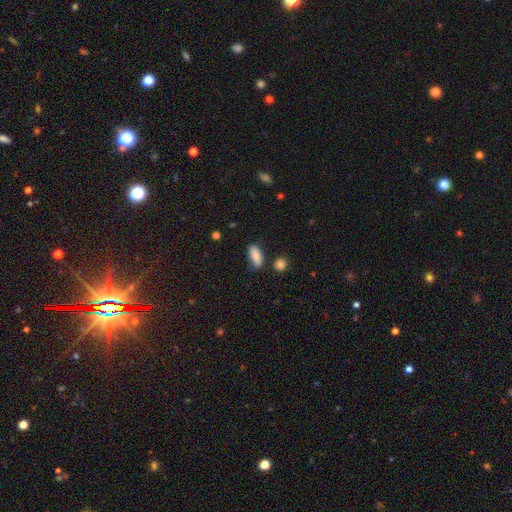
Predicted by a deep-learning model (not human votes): smooth-or-featured: smooth: 87% | star or artifact: 7% | featured or disk: 6%
  how-rounded: in between: 80% | cigar-shaped: 17% | round: 3%
  merging: none: 73% | minor disturbance: 20% | major disturbance: 4% | merger: 4%